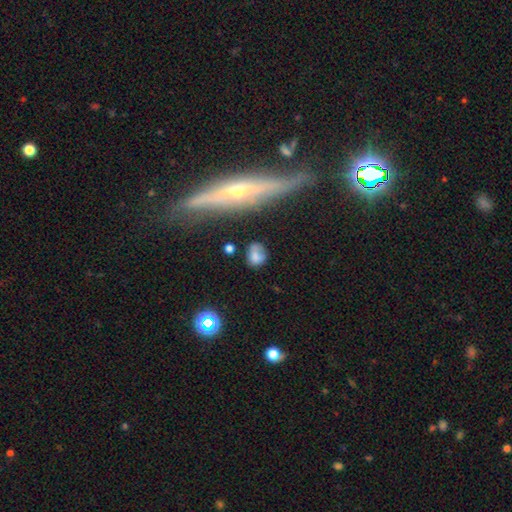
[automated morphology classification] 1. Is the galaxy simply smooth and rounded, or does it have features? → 68% smooth, 20% featured or disk, 12% star or artifact.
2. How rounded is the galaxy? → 56% in between, 41% round, 3% cigar-shaped.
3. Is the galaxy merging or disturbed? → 51% none, 27% minor disturbance, 12% major disturbance, 10% merger.